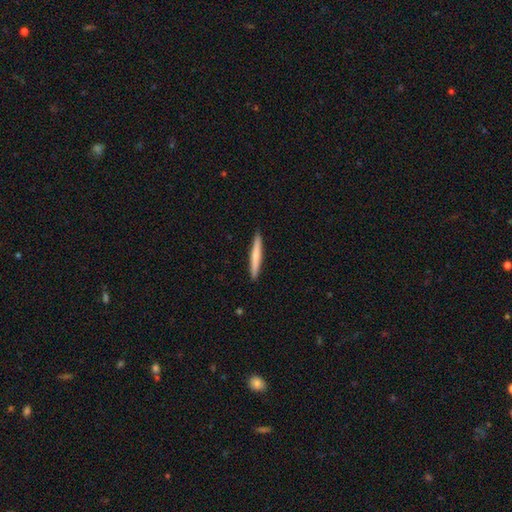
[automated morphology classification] The model was most divided on "smooth or featured": smooth: 67%, featured or disk: 28%, star or artifact: 5%. More confident: how rounded — cigar-shaped (96%); merging — none (92%).